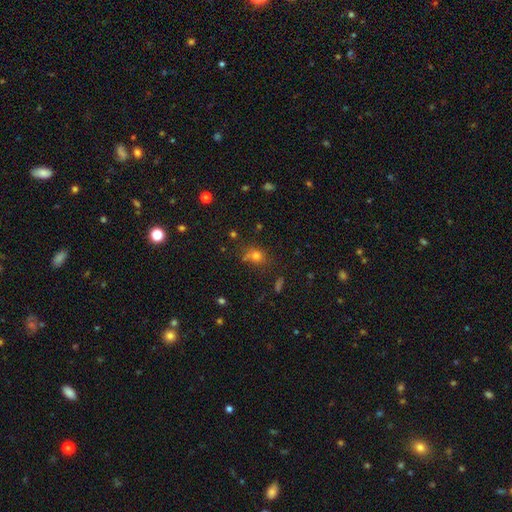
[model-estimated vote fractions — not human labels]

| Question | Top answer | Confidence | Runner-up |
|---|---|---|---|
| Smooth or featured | smooth | 70% | star or artifact (21%) |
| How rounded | round | 67% | in between (31%) |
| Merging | none | 66% | minor disturbance (17%) |